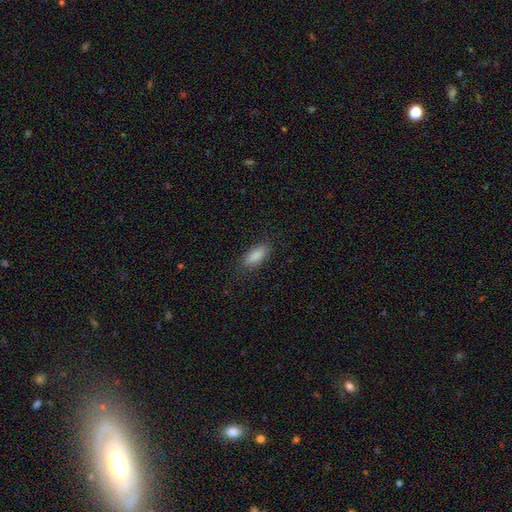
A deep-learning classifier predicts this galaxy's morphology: Smooth or featured: smooth — 88% (star or artifact — 7%)
How rounded: in between — 83% (cigar-shaped — 15%)
Merging: none — 83% (minor disturbance — 12%)